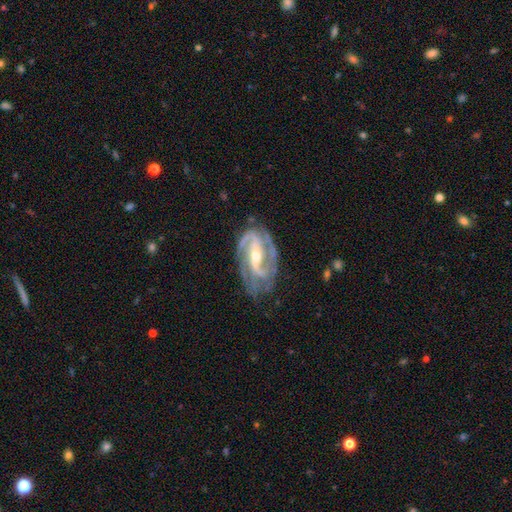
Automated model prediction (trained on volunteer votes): featured or disk 92%, star or artifact 4%, smooth 4%. Down the decision tree: edge-on disk — no (97%); bar — strong (48%); spiral arms — yes (98%); spiral arm count — 2 (72%); spiral winding — medium (50%); bulge size — moderate (52%); merging — none (73%).